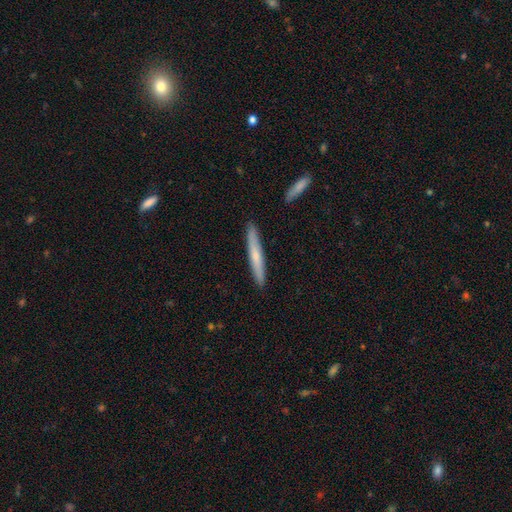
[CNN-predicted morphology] The model was most divided on "smooth or featured": smooth: 58%, featured or disk: 36%, star or artifact: 6%. More confident: how rounded — cigar-shaped (96%); merging — none (90%).